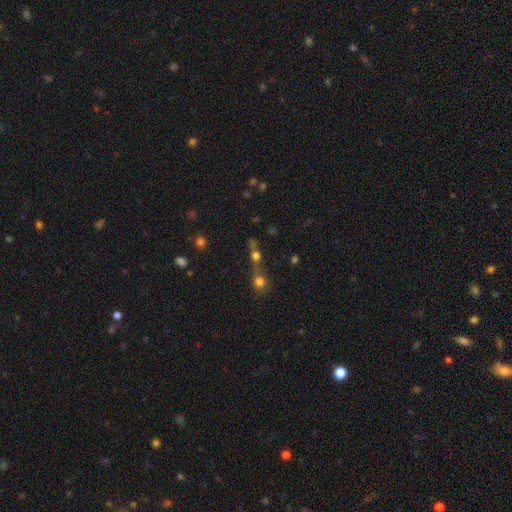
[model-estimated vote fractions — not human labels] Smooth or featured?
  - smooth: 64% *
  - star or artifact: 23%
  - featured or disk: 13%
How rounded?
  - round: 79% *
  - in between: 17%
  - cigar-shaped: 3%
Merging?
  - merger: 50% *
  - none: 37%
  - minor disturbance: 7%
  - major disturbance: 6%